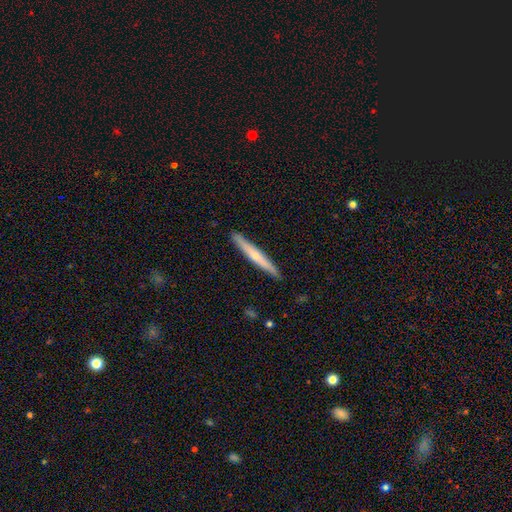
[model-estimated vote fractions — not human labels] Smooth or featured: featured or disk — 48% (smooth — 47%)
Merging: none — 91% (minor disturbance — 7%)